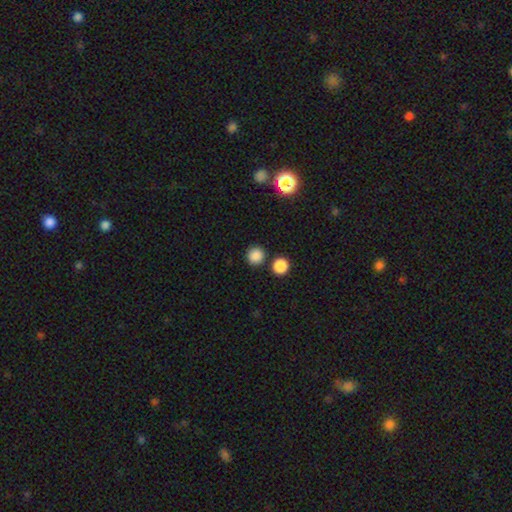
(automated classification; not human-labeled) Smooth or featured? smooth (85%)
How rounded? round (92%)
Merging? none (83%)